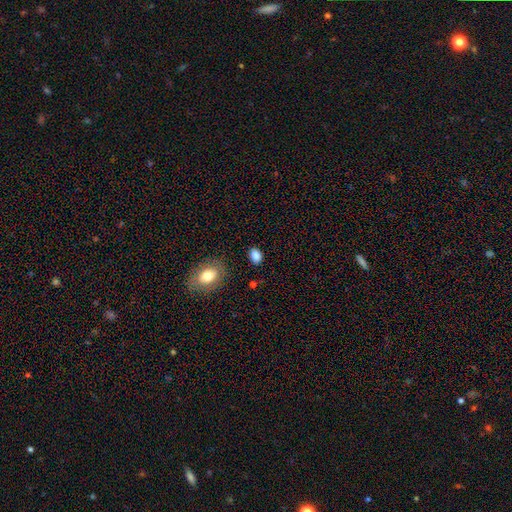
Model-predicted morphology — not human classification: A smooth galaxy with no disk features (86%) that is in between round and cigar-shaped (74%).

Vote fractions:
- Smooth or featured? smooth: 86% / star or artifact: 10% / featured or disk: 5%
- How rounded? in between: 74% / round: 25% / cigar-shaped: 1%
- Merging? none: 84% / minor disturbance: 11% / major disturbance: 3% / merger: 2%